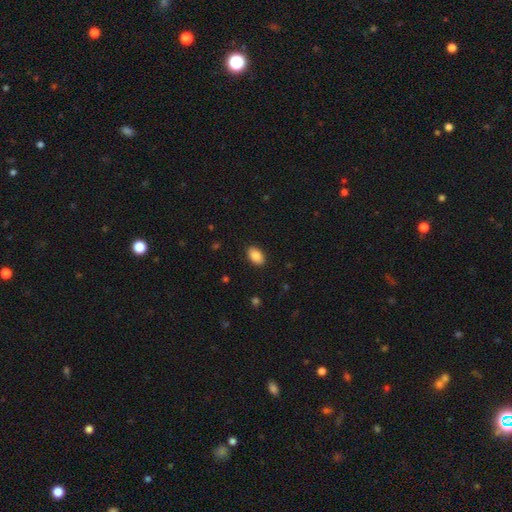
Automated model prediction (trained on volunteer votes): Smooth or featured? Predicted: smooth (p=0.87). How rounded? Predicted: in between (p=0.91). Merging? Predicted: none (p=0.89).